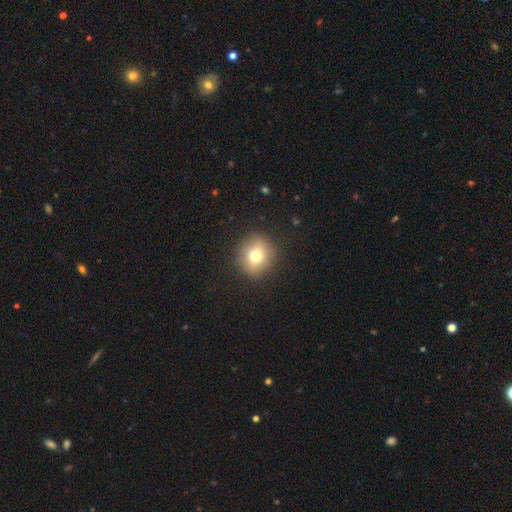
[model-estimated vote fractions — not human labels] This appears to be a smooth galaxy with no disk features (74%) that is round (85%). Merging: none (89%).